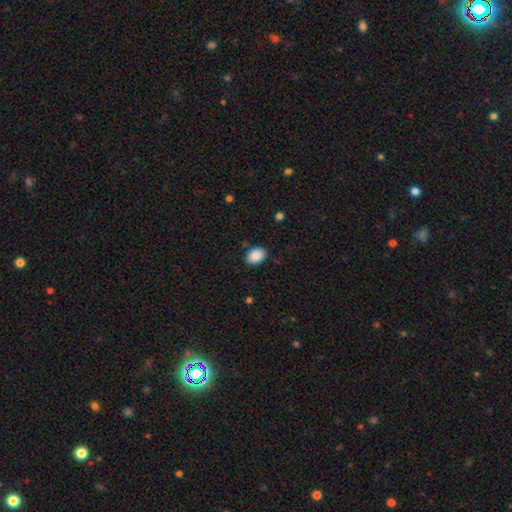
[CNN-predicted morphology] This is clearly a smooth galaxy (89%). How rounded: likely in between (79%). Merging: clearly none (86%).